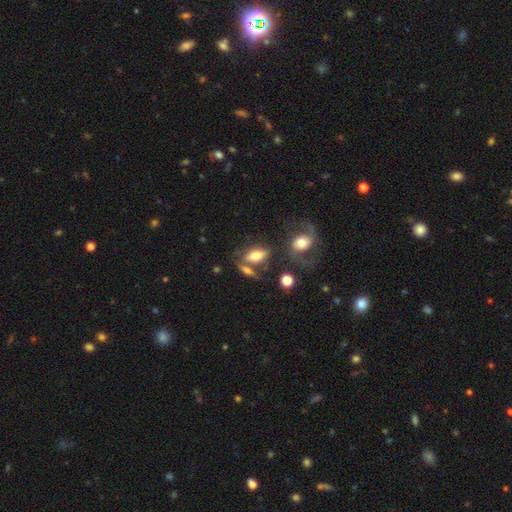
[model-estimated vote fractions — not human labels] A smooth galaxy with no disk features (62%) that is in between round and cigar-shaped (77%). Merging: none (48%).